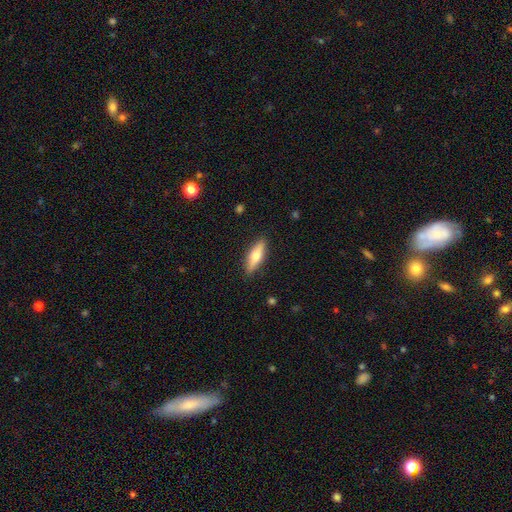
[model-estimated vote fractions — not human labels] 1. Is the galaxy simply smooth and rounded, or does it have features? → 59% smooth, 35% featured or disk, 6% star or artifact.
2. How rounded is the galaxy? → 56% cigar-shaped, 42% in between, 2% round.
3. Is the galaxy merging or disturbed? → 89% none, 8% minor disturbance, 2% major disturbance, 1% merger.